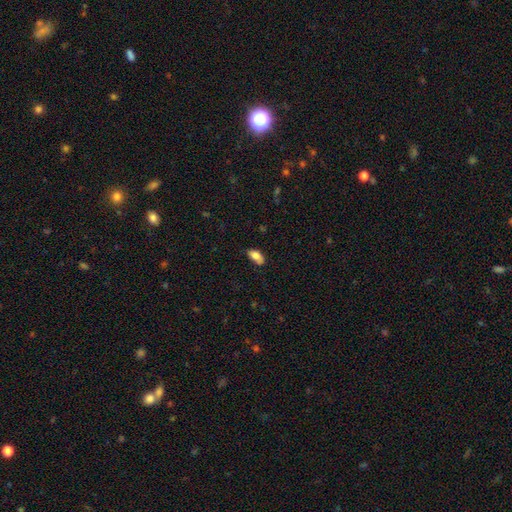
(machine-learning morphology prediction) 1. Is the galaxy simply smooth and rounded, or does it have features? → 81% smooth, 12% featured or disk, 7% star or artifact.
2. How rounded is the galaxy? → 90% in between, 6% cigar-shaped, 4% round.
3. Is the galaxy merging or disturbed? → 65% none, 27% minor disturbance, 6% major disturbance, 3% merger.